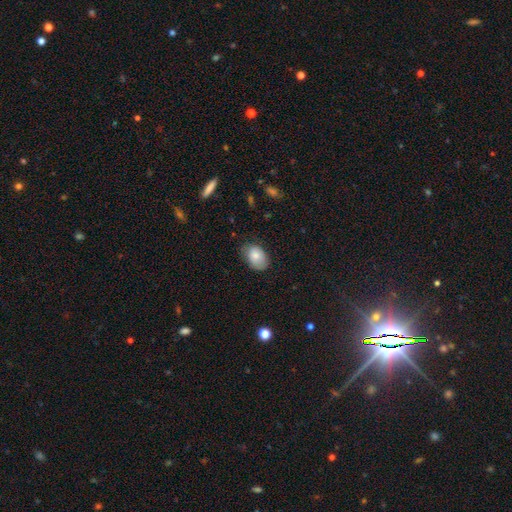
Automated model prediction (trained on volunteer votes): Smooth or featured? smooth (80%)
How rounded? in between (82%)
Merging? none (67%)